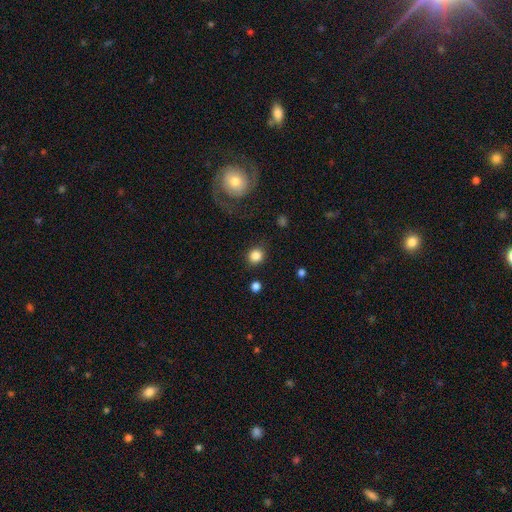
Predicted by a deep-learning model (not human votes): Smooth or featured? smooth (85%)
How rounded? round (85%)
Merging? none (85%)